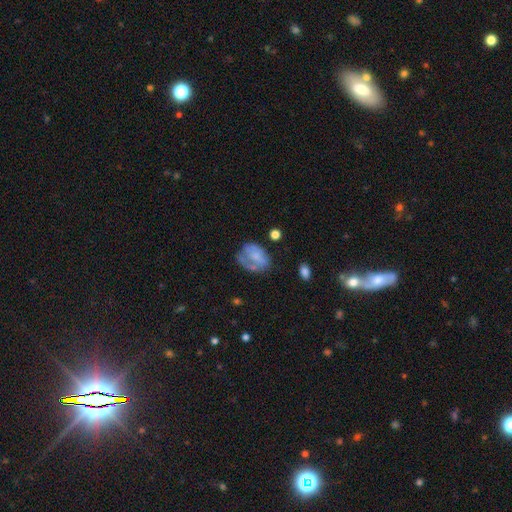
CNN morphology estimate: Smooth or featured? smooth (52%)
How rounded? in between (63%)
Merging? none (41%)